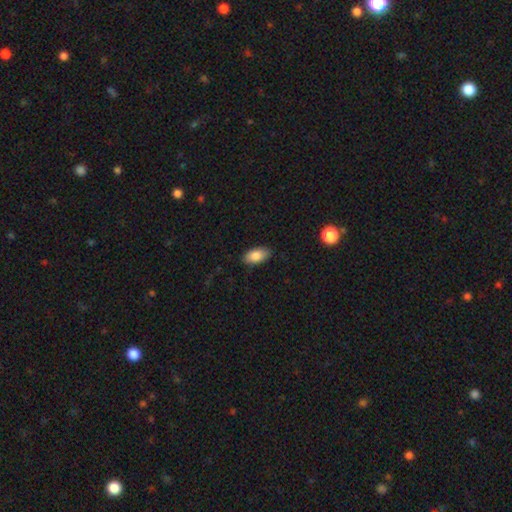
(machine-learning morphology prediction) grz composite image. It shows a smooth galaxy with no disk features (84%) that is in between round and cigar-shaped (93%). Merging: none (87%).